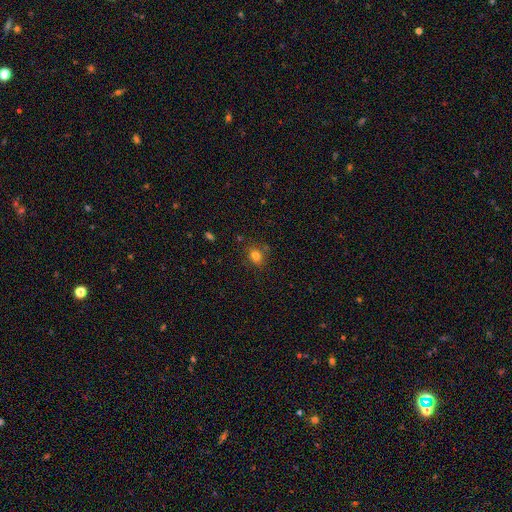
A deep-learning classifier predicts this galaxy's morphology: This appears to be a smooth galaxy with no disk features (79%) that is round (56%). Merging: none (79%).